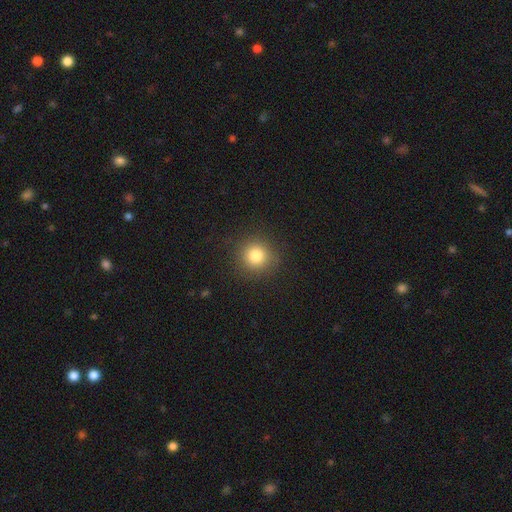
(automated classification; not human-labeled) The model was most divided on "smooth or featured": smooth: 81%, star or artifact: 12%, featured or disk: 7%. More confident: how rounded — round (92%); merging — none (89%).